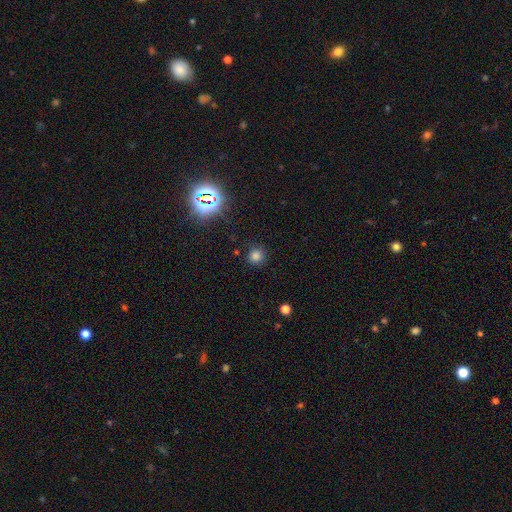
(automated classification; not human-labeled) This appears to be a smooth galaxy with no disk features (76%) that is round (92%). Merging: none (87%).